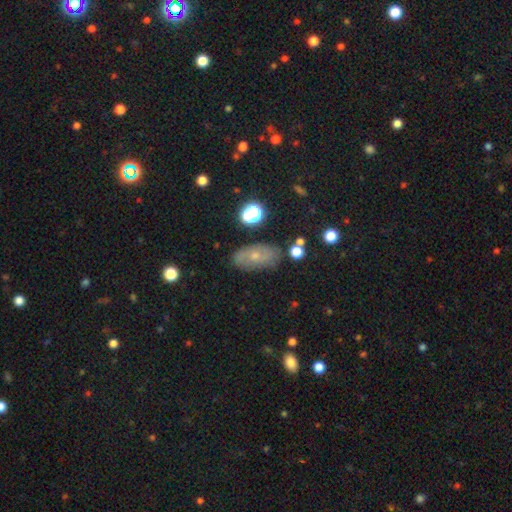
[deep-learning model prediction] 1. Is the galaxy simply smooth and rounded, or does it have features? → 42% smooth, 41% featured or disk, 17% star or artifact.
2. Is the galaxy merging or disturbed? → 76% none, 16% minor disturbance, 5% major disturbance, 3% merger.